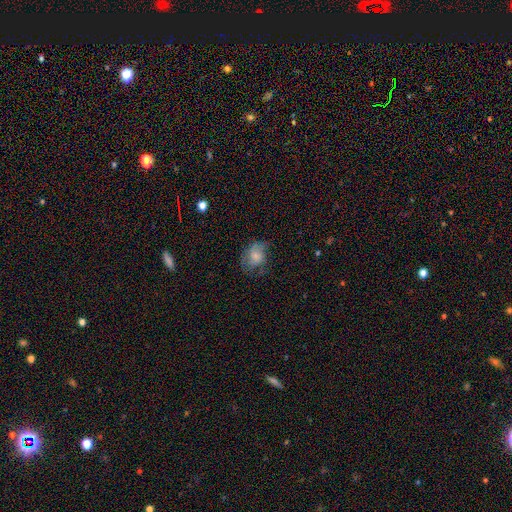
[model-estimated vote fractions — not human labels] A smooth galaxy with no disk features (66%) that is in between round and cigar-shaped (64%).

Vote fractions:
- Smooth or featured? smooth: 66% / featured or disk: 24% / star or artifact: 10%
- How rounded? in between: 64% / round: 35% / cigar-shaped: 1%
- Merging? none: 45% / minor disturbance: 30% / major disturbance: 23% / merger: 2%